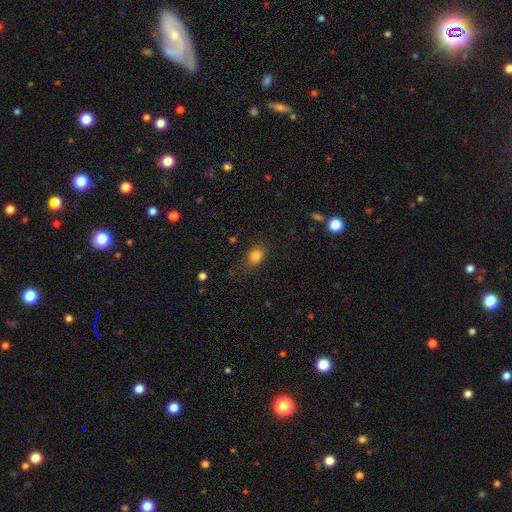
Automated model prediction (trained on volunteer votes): smooth 82%, star or artifact 11%, featured or disk 7%. Down the decision tree: how rounded — in between (56%); merging — none (77%).